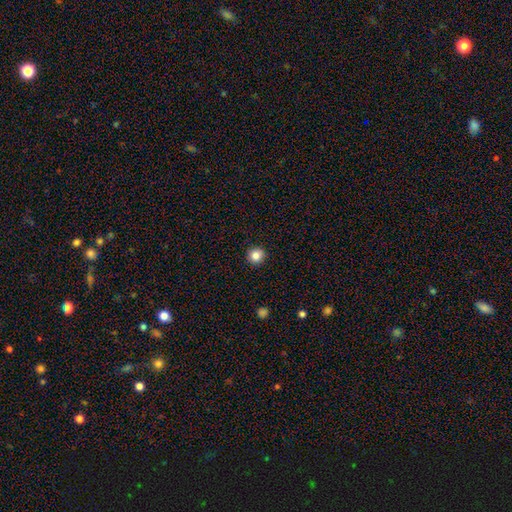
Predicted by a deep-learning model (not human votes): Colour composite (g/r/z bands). It shows a smooth galaxy with no disk features (84%) that is round (95%). Merging: none (93%).